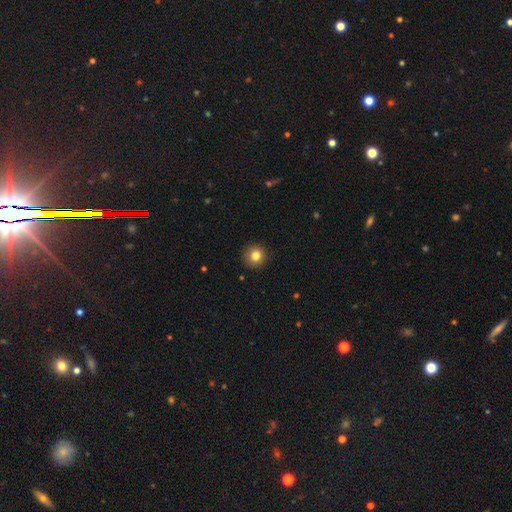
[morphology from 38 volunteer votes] This appears to be a smooth galaxy with no disk features (92%) that is round (97%). Merging: none (92%).